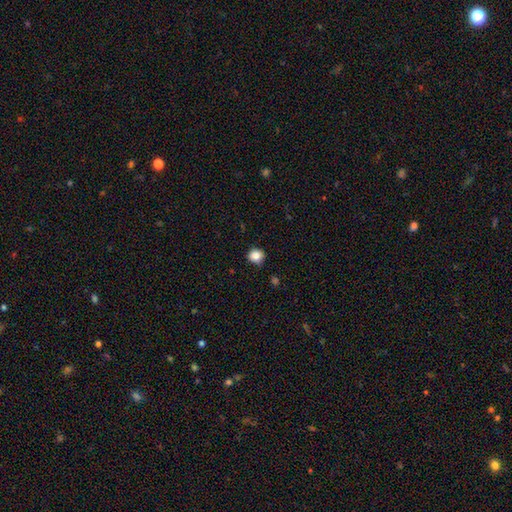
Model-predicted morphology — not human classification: Q: Smooth or featured?
A: smooth (85%); runner-up: star or artifact (11%)
Q: How rounded?
A: round (86%); runner-up: in between (13%)
Q: Merging?
A: none (83%); runner-up: minor disturbance (13%)